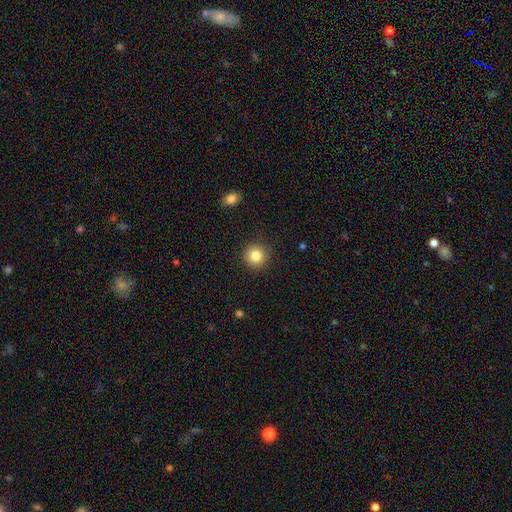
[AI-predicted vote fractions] Morphology: type=smooth (83%); roundness=round (94%); merging=none (91%).